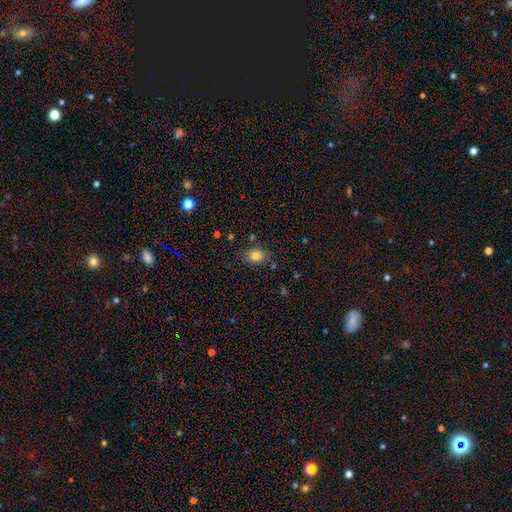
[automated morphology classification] This appears to be a smooth galaxy with no disk features (82%) that is in between round and cigar-shaped (59%). Merging: none (80%).